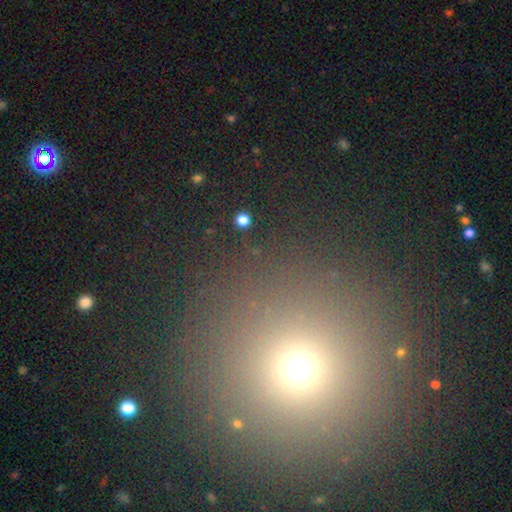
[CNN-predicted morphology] A smooth galaxy with no disk features (55%) that is round (94%).

Vote fractions:
- Smooth or featured? smooth: 55% / star or artifact: 38% / featured or disk: 7%
- How rounded? round: 94% / in between: 4% / cigar-shaped: 1%
- Merging? none: 89% / minor disturbance: 5% / major disturbance: 3% / merger: 3%